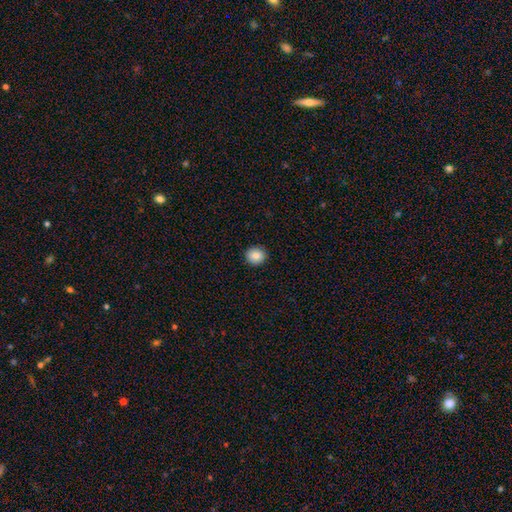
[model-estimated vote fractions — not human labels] Overall: smooth (85%). How rounded: round (89%). Merging: none (92%).